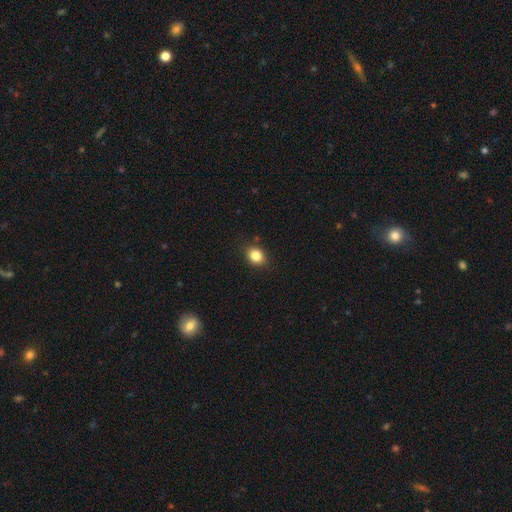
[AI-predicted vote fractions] Smooth or featured: smooth — 84% (star or artifact — 10%)
How rounded: round — 56% (in between — 43%)
Merging: none — 87% (minor disturbance — 10%)